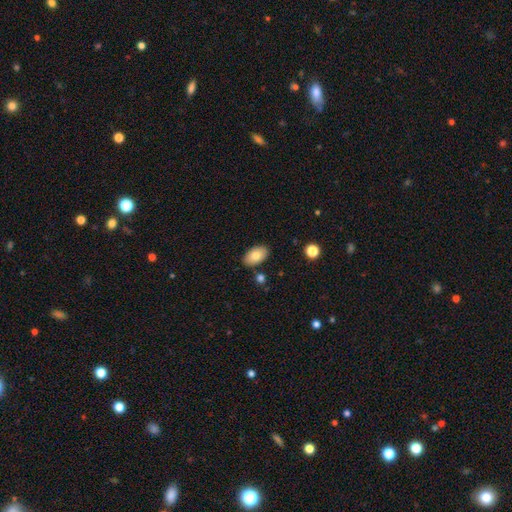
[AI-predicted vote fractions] This appears to be a smooth galaxy with no disk features (79%) that is in between round and cigar-shaped (93%). Merging: none (85%).